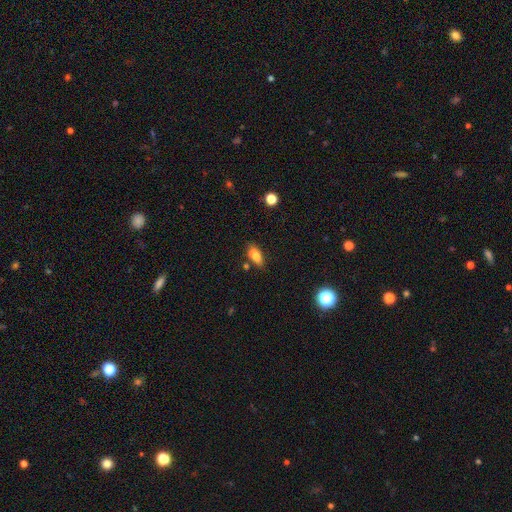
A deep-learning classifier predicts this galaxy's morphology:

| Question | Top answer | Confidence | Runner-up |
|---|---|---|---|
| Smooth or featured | smooth | 80% | featured or disk (11%) |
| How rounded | in between | 85% | cigar-shaped (12%) |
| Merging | none | 77% | minor disturbance (14%) |